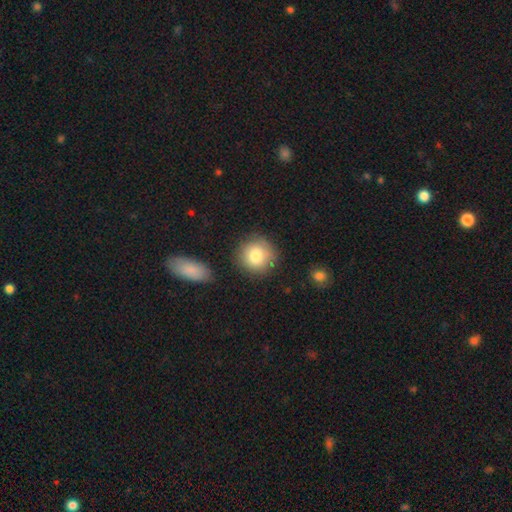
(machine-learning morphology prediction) smooth_or_featured: smooth (p=0.81) [alt: featured or disk p=0.10]
how_rounded: round (p=0.90) [alt: in between p=0.09]
merging: none (p=0.82) [alt: minor disturbance p=0.11]